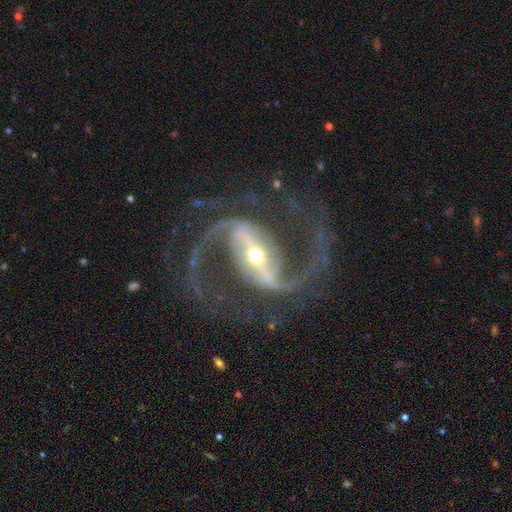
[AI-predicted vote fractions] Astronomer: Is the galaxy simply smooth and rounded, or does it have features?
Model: featured or disk — 94%.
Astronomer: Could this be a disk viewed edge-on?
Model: no — 97%.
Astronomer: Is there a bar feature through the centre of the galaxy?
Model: strong — 78%.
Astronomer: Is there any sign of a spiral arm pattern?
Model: yes — 98%.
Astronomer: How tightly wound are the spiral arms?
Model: medium — 50% (runner-up: loose, 39%).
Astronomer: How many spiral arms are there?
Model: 2 — 93%.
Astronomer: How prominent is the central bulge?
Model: small — 57% (runner-up: moderate, 39%).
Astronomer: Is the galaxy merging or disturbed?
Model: none — 76%.